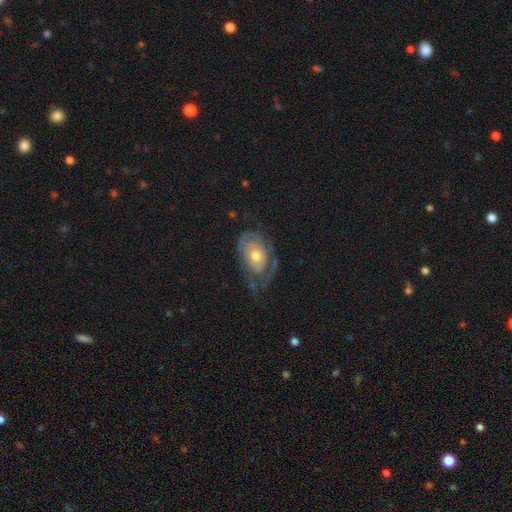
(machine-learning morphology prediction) A featured or disk galaxy (70%) with no bar (82%), tight (59%) spiral arms (76%) and a moderate central bulge (70%). Merging: none (47%).